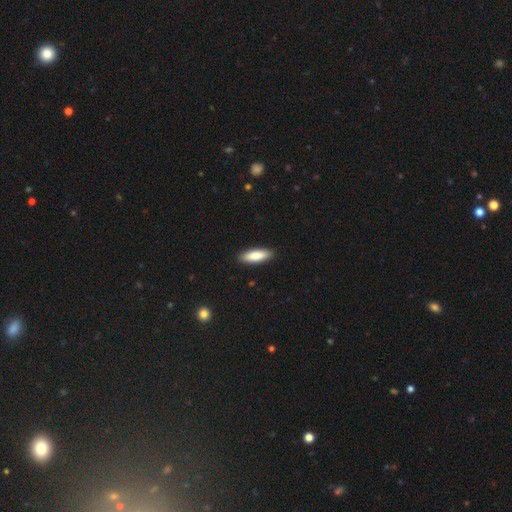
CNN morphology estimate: Smooth or featured?
  - smooth: 84% *
  - featured or disk: 11%
  - star or artifact: 5%
How rounded?
  - in between: 53% *
  - cigar-shaped: 46%
  - round: 2%
Merging?
  - none: 90% *
  - minor disturbance: 8%
  - major disturbance: 2%
  - merger: 1%